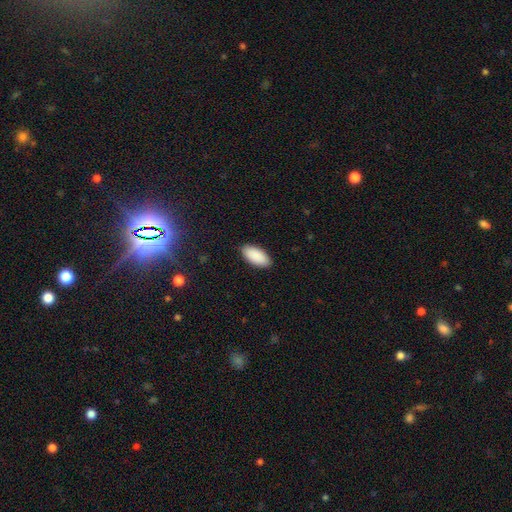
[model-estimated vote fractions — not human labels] smooth_or_featured: smooth (p=0.91) [alt: star or artifact p=0.06]
how_rounded: in between (p=0.94) [alt: cigar-shaped p=0.05]
merging: none (p=0.88) [alt: minor disturbance p=0.09]